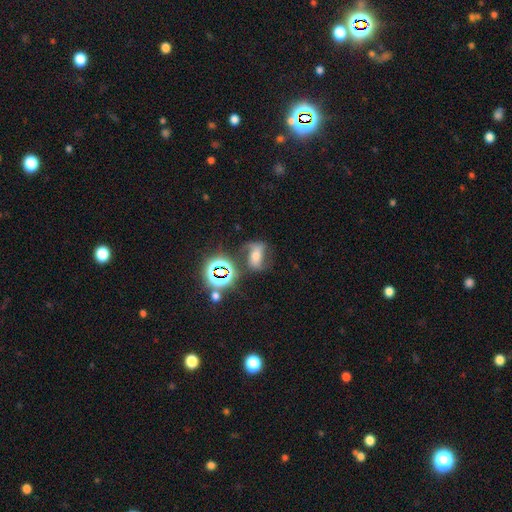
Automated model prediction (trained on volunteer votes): featured or disk 45%, smooth 28%, star or artifact 27%. Down the decision tree: merging — none (56%).